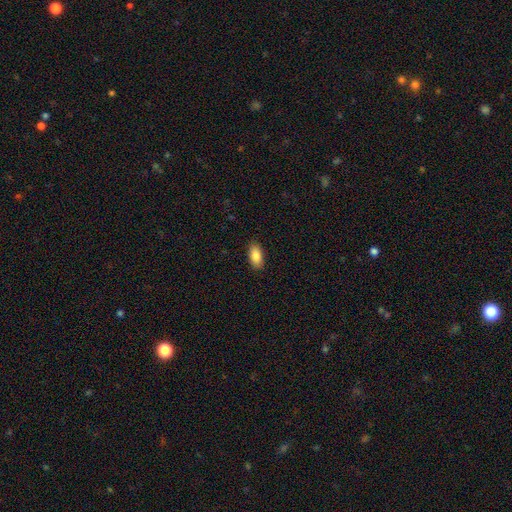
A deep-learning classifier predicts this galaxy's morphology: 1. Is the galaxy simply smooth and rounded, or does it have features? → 87% smooth, 7% star or artifact, 6% featured or disk.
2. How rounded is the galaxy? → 91% in between, 7% cigar-shaped, 3% round.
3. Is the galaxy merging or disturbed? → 89% none, 8% minor disturbance, 2% major disturbance, 1% merger.